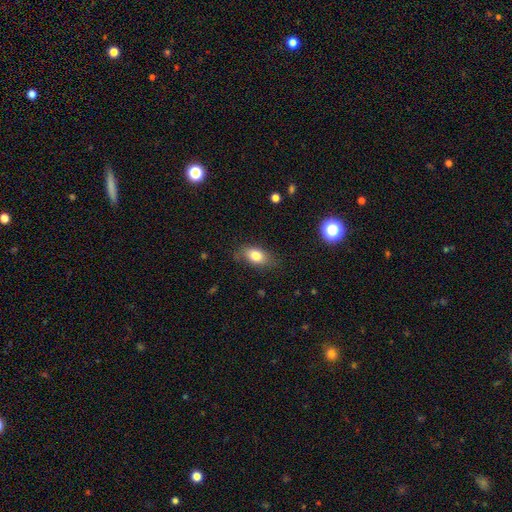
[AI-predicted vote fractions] Q: Smooth or featured?
A: smooth (79%); runner-up: featured or disk (12%)
Q: How rounded?
A: in between (86%); runner-up: round (10%)
Q: Merging?
A: none (75%); runner-up: minor disturbance (19%)